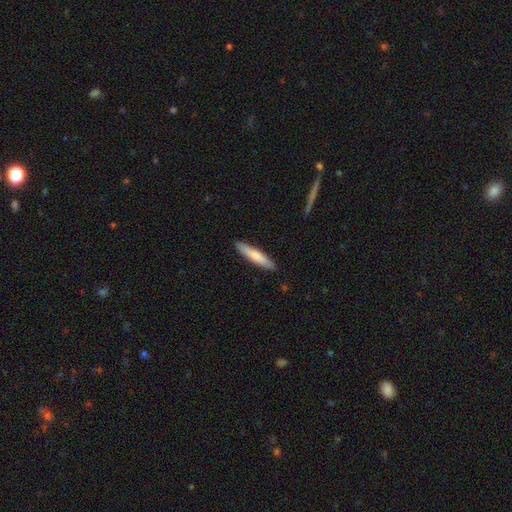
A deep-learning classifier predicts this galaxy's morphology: This appears to be a smooth galaxy with no disk features (74%) that is cigar-shaped (86%). Merging: none (90%).